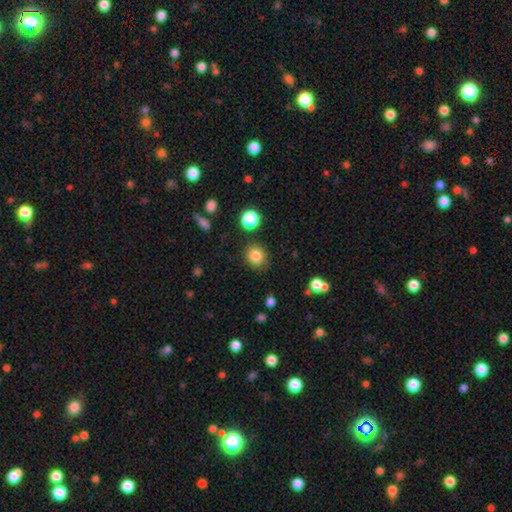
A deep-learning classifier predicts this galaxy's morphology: This appears to be a smooth galaxy with no disk features (84%) that is round (82%). Merging: none (84%).